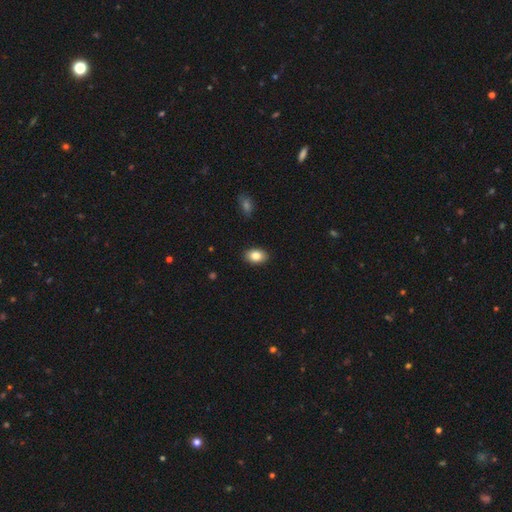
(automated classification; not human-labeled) This appears to be a smooth galaxy with no disk features (84%) that is in between round and cigar-shaped (86%). Merging: none (90%).